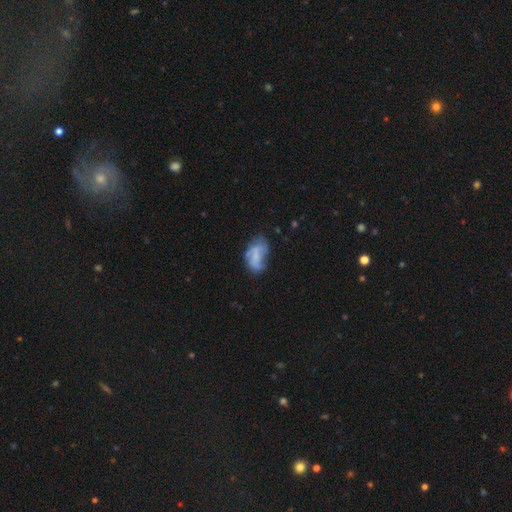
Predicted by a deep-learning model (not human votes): Smooth or featured? smooth (55%)
How rounded? in between (91%)
Merging? none (37%)